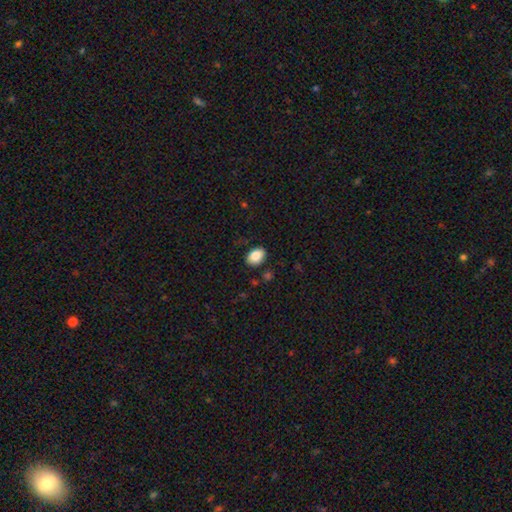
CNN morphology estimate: smooth-or-featured: smooth: 87% | star or artifact: 8% | featured or disk: 5%
  how-rounded: in between: 81% | round: 18% | cigar-shaped: 1%
  merging: none: 84% | minor disturbance: 12% | major disturbance: 3% | merger: 2%